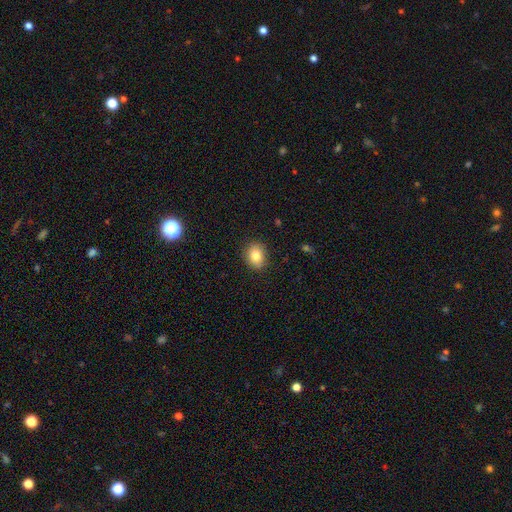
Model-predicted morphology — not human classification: Q: Smooth or featured?
A: smooth (81%); runner-up: star or artifact (10%)
Q: How rounded?
A: round (51%); runner-up: in between (48%)
Q: Merging?
A: none (87%); runner-up: minor disturbance (9%)